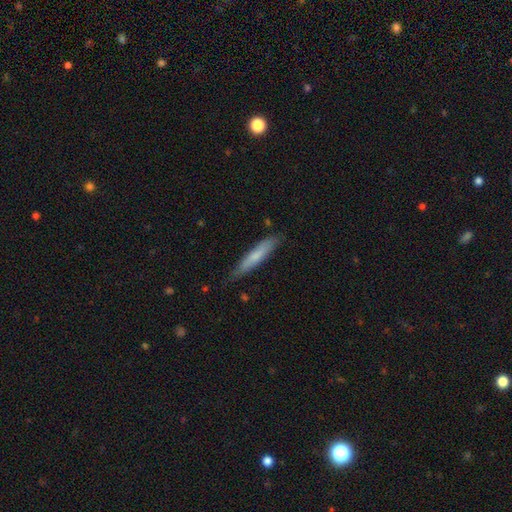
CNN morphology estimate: This appears to be a smooth galaxy with no disk features (70%) that is cigar-shaped (90%). Merging: none (79%).